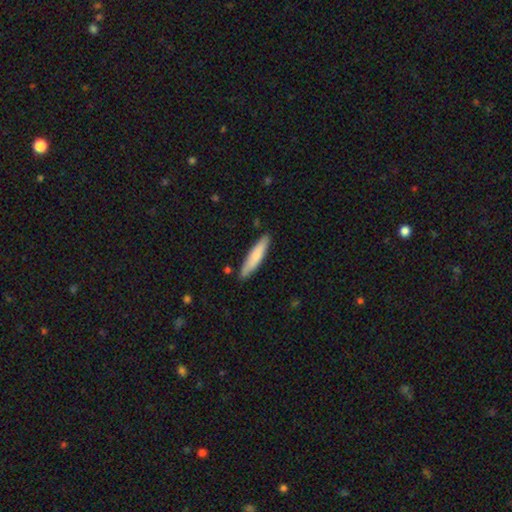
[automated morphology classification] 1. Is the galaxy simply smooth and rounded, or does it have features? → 75% smooth, 19% featured or disk, 5% star or artifact.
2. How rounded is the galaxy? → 85% cigar-shaped, 13% in between, 1% round.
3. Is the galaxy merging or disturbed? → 85% none, 11% minor disturbance, 2% merger, 2% major disturbance.